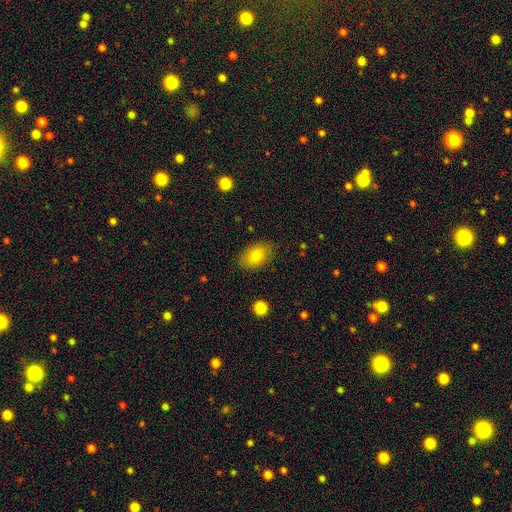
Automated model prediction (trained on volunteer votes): A smooth galaxy with no disk features (81%) that is in between round and cigar-shaped (87%).

Vote fractions:
- Smooth or featured? smooth: 81% / featured or disk: 11% / star or artifact: 8%
- How rounded? in between: 87% / round: 12% / cigar-shaped: 1%
- Merging? none: 83% / minor disturbance: 12% / major disturbance: 3% / merger: 1%